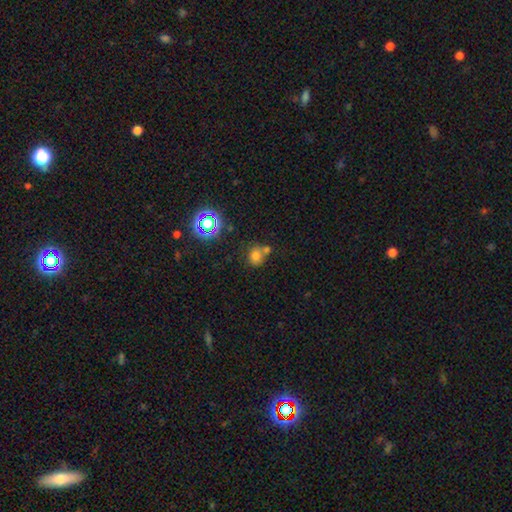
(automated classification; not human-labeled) This is likely a smooth galaxy (71%). How rounded: likely round (75%). Merging: possibly none (48%).